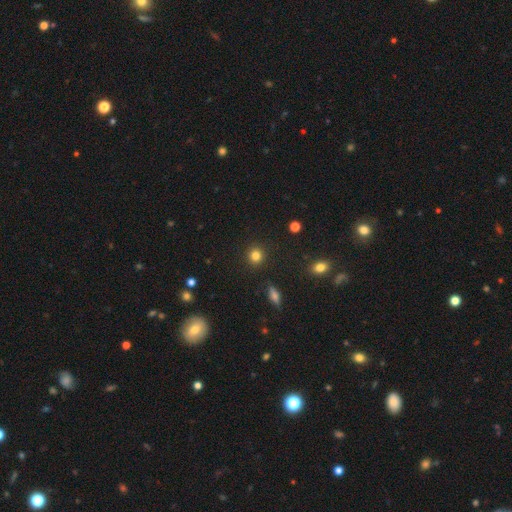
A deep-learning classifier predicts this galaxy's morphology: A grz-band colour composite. It shows a smooth galaxy with no disk features (83%) that is round (90%). Merging: none (91%).